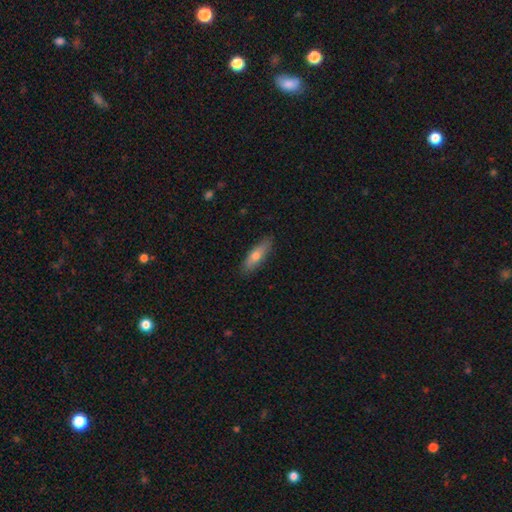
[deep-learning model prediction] This is likely a smooth galaxy (68%). How rounded: possibly cigar-shaped (51%). Merging: clearly none (86%).